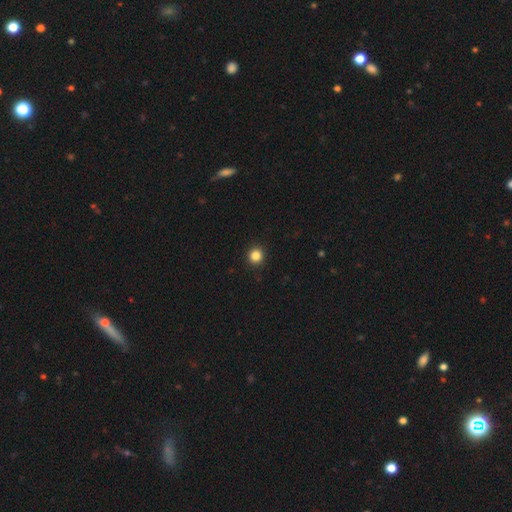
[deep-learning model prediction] Overall: smooth (84%). How rounded: round (93%). Merging: none (92%).